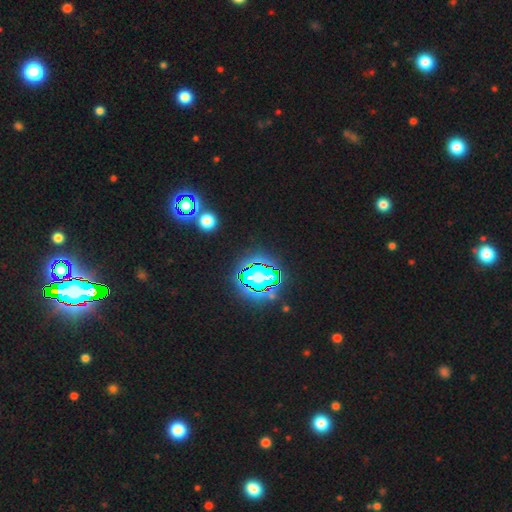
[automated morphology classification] A star or artifact, not a galaxy (83%).